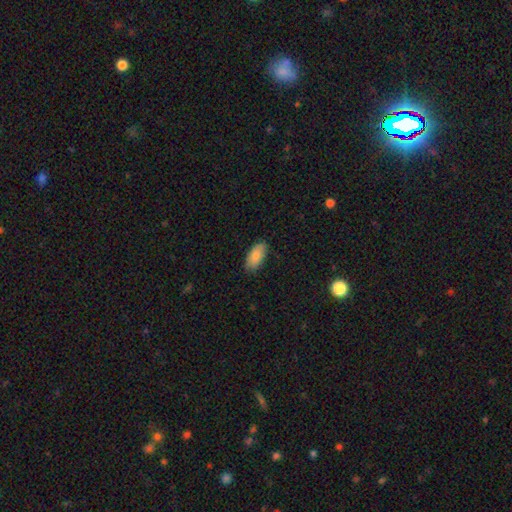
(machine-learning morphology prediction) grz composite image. It shows a smooth galaxy with no disk features (83%) that is in between round and cigar-shaped (91%). Merging: none (84%).